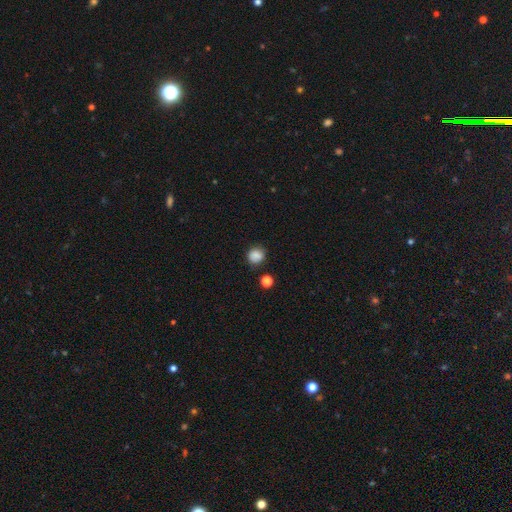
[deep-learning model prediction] The model was most divided on "merging": none: 77%, minor disturbance: 15%, merger: 5%, major disturbance: 4%. More confident: smooth or featured — smooth (83%); how rounded — round (82%).